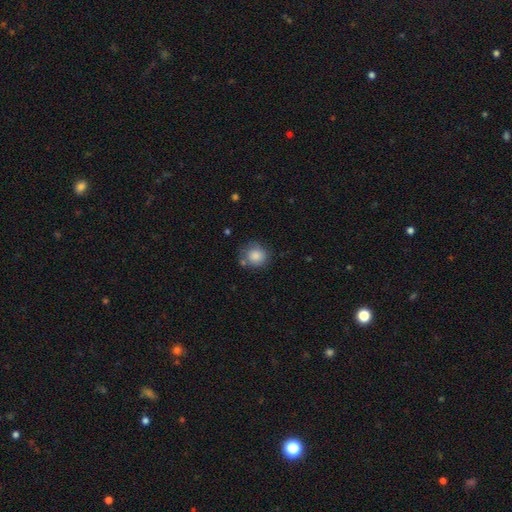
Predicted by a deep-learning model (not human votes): Smooth or featured? Predicted: smooth (p=0.84). How rounded? Predicted: round (p=0.84). Merging? Predicted: none (p=0.65).